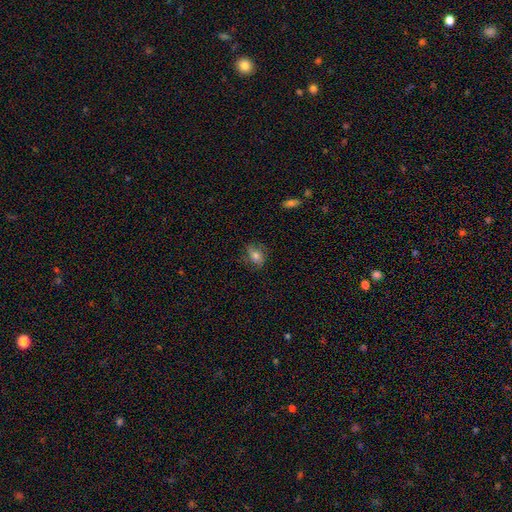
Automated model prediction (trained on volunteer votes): smooth-or-featured: smooth: 71% | featured or disk: 18% | star or artifact: 11%
  how-rounded: in between: 64% | round: 34% | cigar-shaped: 2%
  merging: none: 72% | minor disturbance: 20% | major disturbance: 7% | merger: 1%